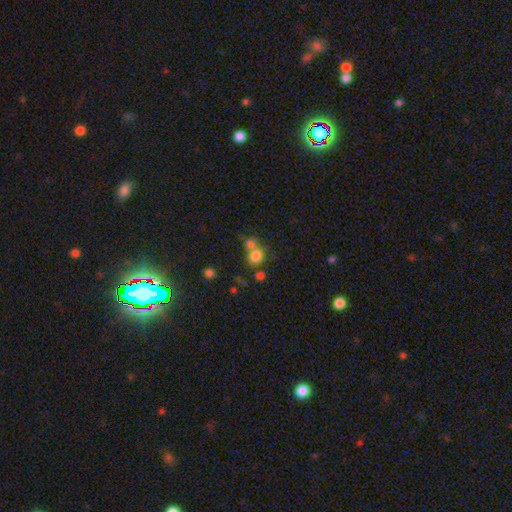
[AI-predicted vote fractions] Smooth or featured: smooth — 78% (star or artifact — 12%)
How rounded: round — 66% (in between — 33%)
Merging: none — 44% (merger — 41%)